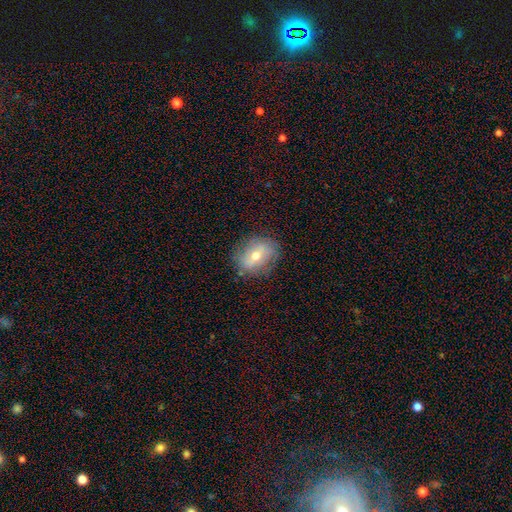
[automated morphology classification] Overall: smooth (51%; featured or disk 40%). How rounded: in between (59%; round 39%). Merging: none (78%).